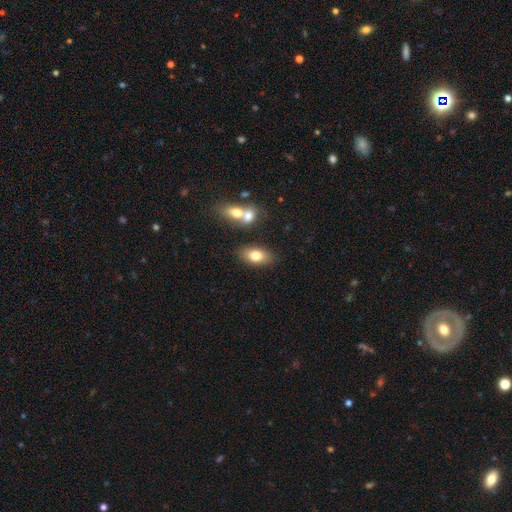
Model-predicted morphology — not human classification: A smooth galaxy with no disk features (77%) that is in between round and cigar-shaped (89%). Merging: none (74%).